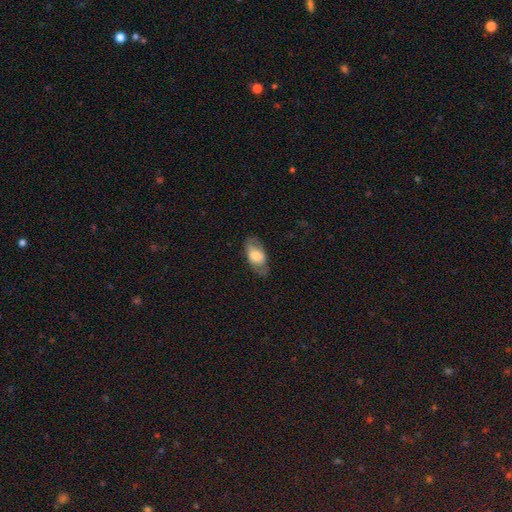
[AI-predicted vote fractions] smooth_or_featured: smooth (p=0.59) [alt: featured or disk p=0.34]
how_rounded: in between (p=0.90) [alt: round p=0.06]
merging: none (p=0.70) [alt: minor disturbance p=0.20]